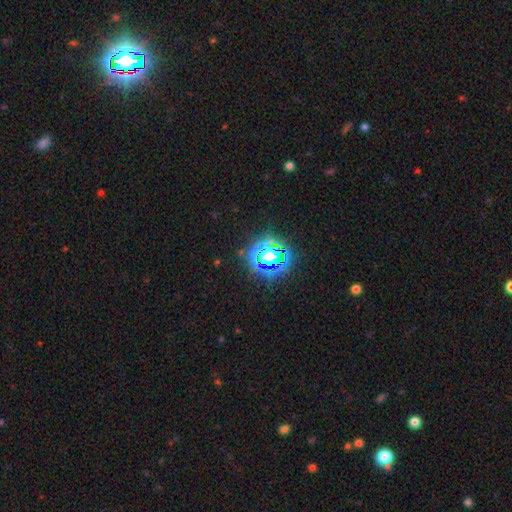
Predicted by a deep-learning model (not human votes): star or artifact 81%, smooth 13%, featured or disk 6%.